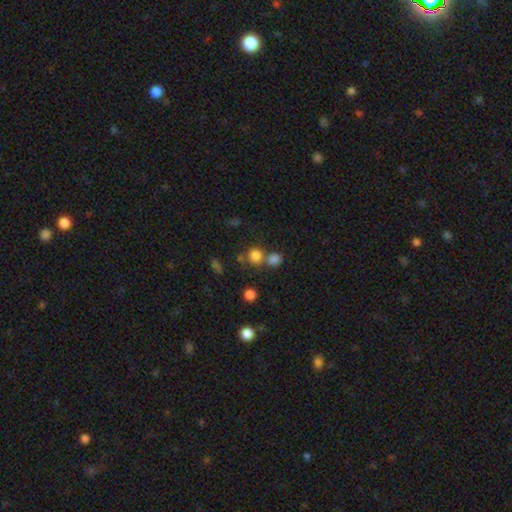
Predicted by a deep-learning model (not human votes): Overall: smooth (77%). How rounded: round (84%). Merging: none (54%; merger 33%).